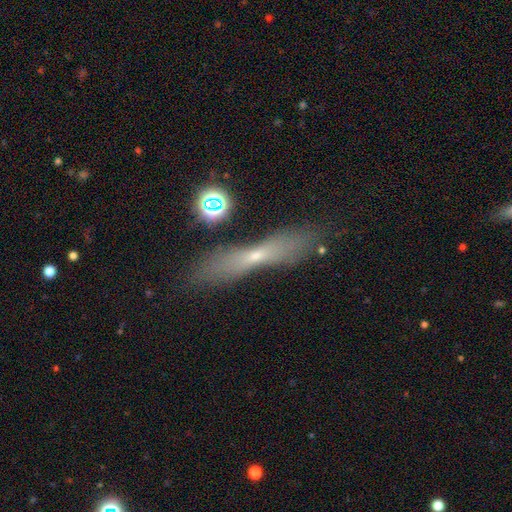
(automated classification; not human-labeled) A smooth galaxy with no disk features (47%). Merging: none (76%).